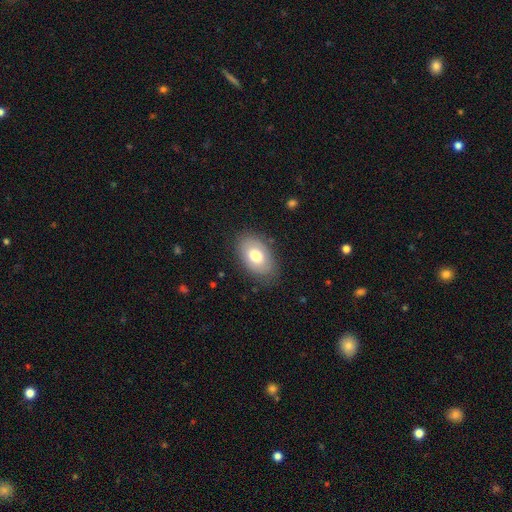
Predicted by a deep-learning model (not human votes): A smooth galaxy with no disk features (72%) that is in between round and cigar-shaped (91%).

Vote fractions:
- Smooth or featured? smooth: 72% / featured or disk: 21% / star or artifact: 7%
- How rounded? in between: 91% / round: 8% / cigar-shaped: 1%
- Merging? none: 81% / minor disturbance: 14% / major disturbance: 4% / merger: 1%